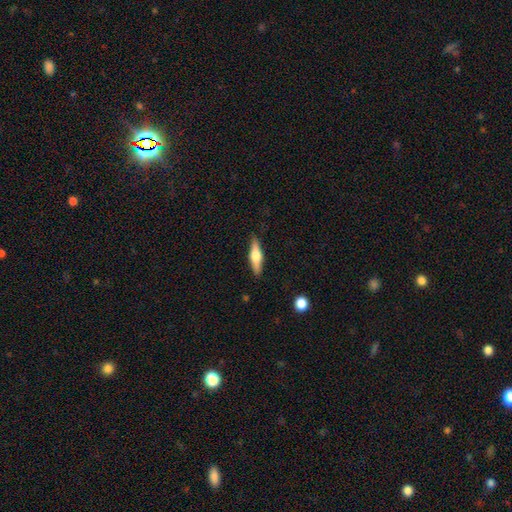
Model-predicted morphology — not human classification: This is possibly a featured or disk galaxy (52%). It is clearly viewed edge-on (95%). Merging: clearly none (89%).